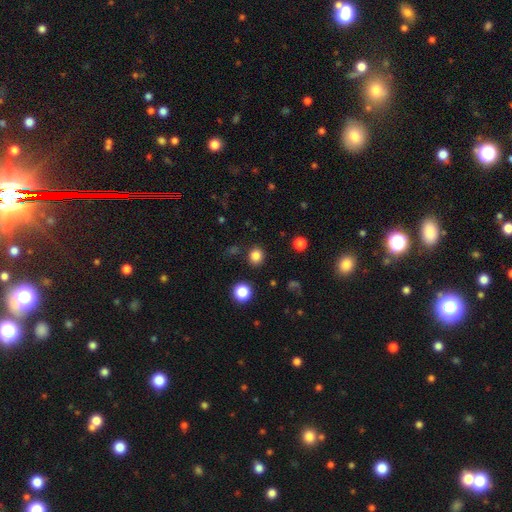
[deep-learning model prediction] smooth_or_featured: smooth (p=0.83) [alt: star or artifact p=0.13]
how_rounded: round (p=0.85) [alt: in between p=0.14]
merging: none (p=0.89) [alt: minor disturbance p=0.06]